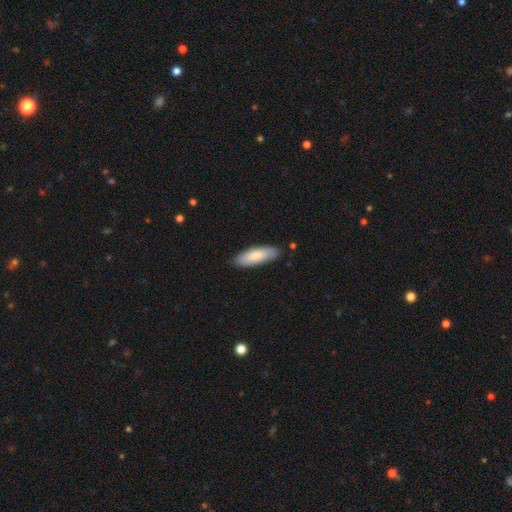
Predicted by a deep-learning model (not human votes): A smooth galaxy with no disk features (78%) that is in between round and cigar-shaped (60%).

Vote fractions:
- Smooth or featured? smooth: 78% / featured or disk: 17% / star or artifact: 5%
- How rounded? in between: 60% / cigar-shaped: 38% / round: 2%
- Merging? none: 84% / minor disturbance: 12% / major disturbance: 2% / merger: 1%